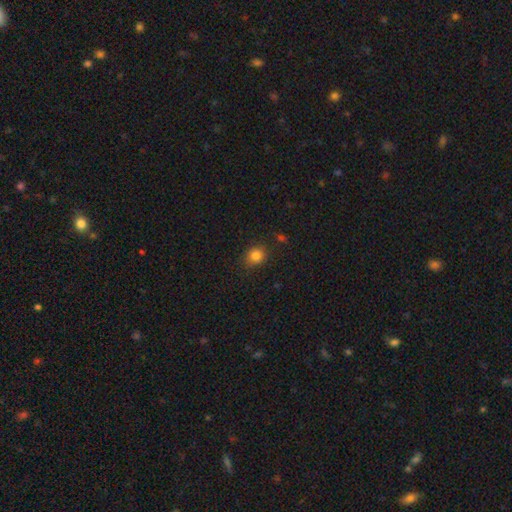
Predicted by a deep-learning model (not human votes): Smooth or featured? smooth (83%)
How rounded? round (74%)
Merging? none (82%)